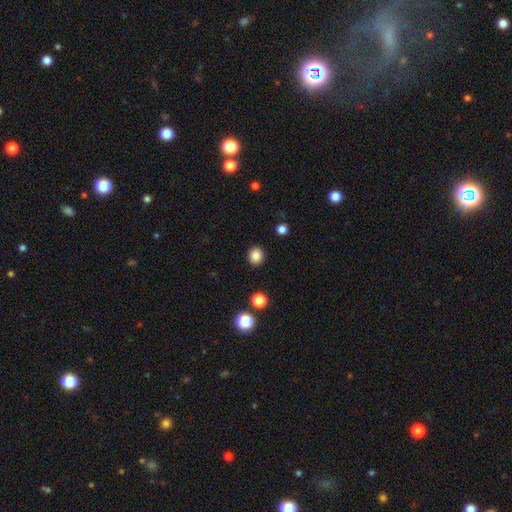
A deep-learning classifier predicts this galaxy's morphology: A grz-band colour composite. It shows a smooth galaxy with no disk features (86%) that is round (86%). Merging: none (91%).